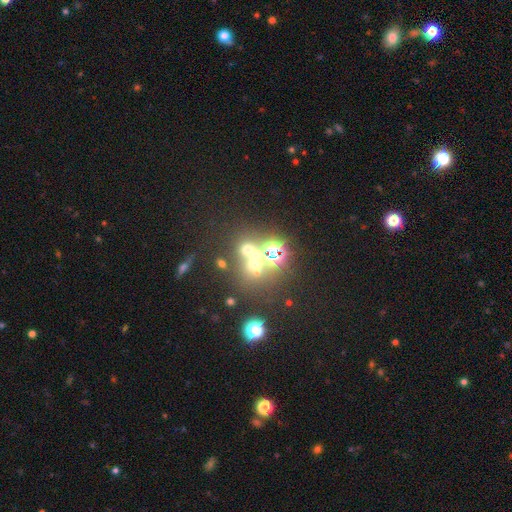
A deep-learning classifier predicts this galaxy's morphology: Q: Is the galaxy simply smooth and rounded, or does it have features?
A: star or artifact — 43%.